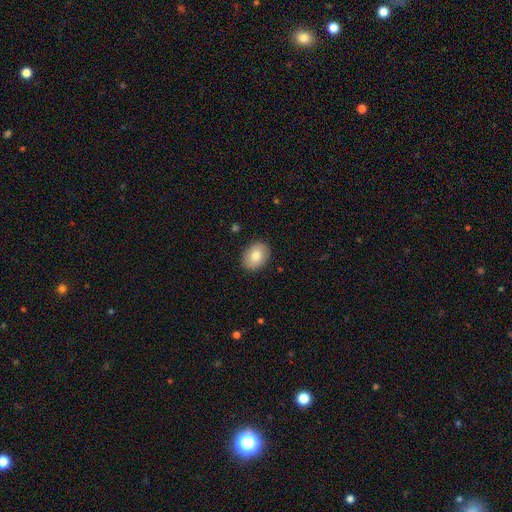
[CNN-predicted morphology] Smooth or featured: smooth — 79% (featured or disk — 14%)
How rounded: in between — 67% (round — 32%)
Merging: none — 89% (minor disturbance — 8%)